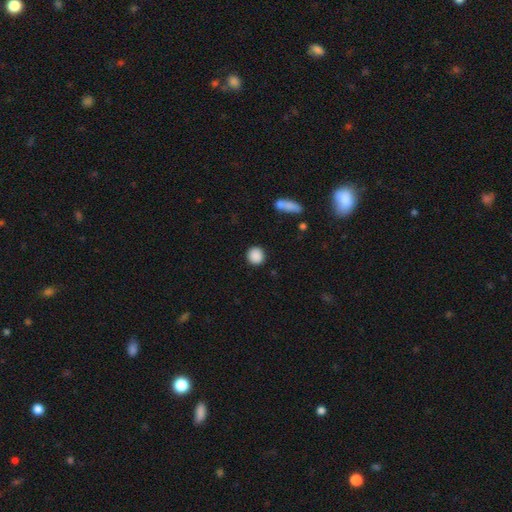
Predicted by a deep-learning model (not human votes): The model was most divided on "smooth or featured": smooth: 89%, star or artifact: 8%, featured or disk: 3%. More confident: how rounded — round (90%); merging — none (90%).